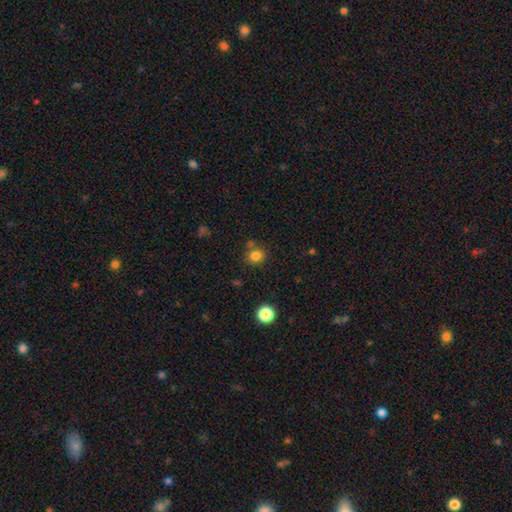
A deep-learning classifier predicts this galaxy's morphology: smooth_or_featured: smooth (p=0.82) [alt: star or artifact p=0.13]
how_rounded: round (p=0.84) [alt: in between p=0.16]
merging: none (p=0.76) [alt: merger p=0.11]